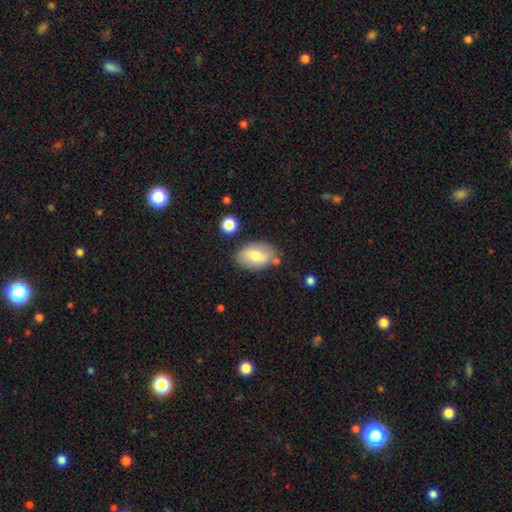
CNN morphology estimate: Smooth or featured? Predicted: smooth (p=0.70). How rounded? Predicted: in between (p=0.88). Merging? Predicted: none (p=0.74).